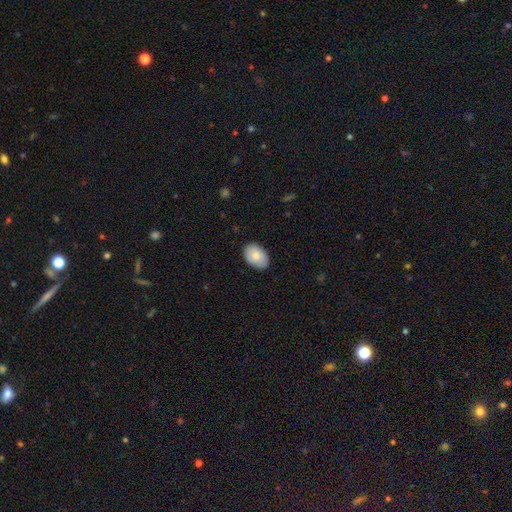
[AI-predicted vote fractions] Morphology: type=smooth (80%); roundness=in between (89%); merging=none (86%).